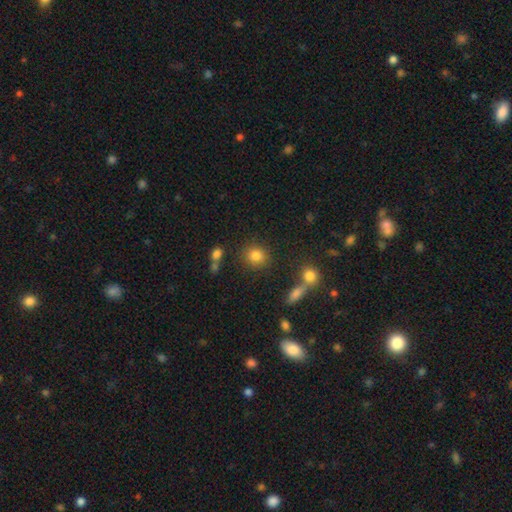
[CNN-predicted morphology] This appears to be a smooth galaxy with no disk features (82%) that is round (78%). Merging: none (79%).